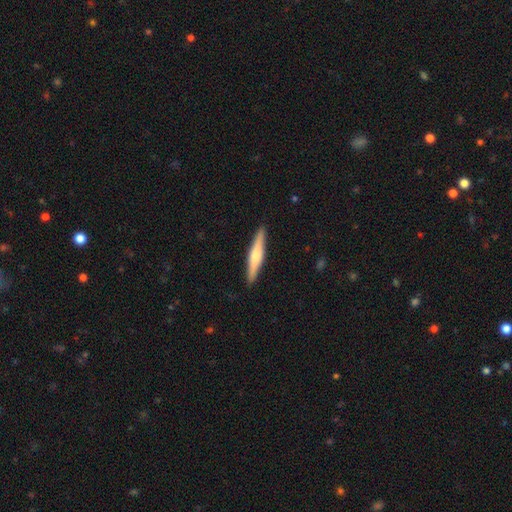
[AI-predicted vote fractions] A featured or disk galaxy (55%) viewed edge-on (96%) with a rounded central bulge (80%).

Vote fractions:
- Smooth or featured? featured or disk: 55% / smooth: 40% / star or artifact: 5%
- Edge-on disk? yes: 96% / no: 4%
- Edge-on bulge? rounded: 80% / boxy: 11% / none: 9%
- Merging? none: 91% / minor disturbance: 7% / major disturbance: 1% / merger: 1%